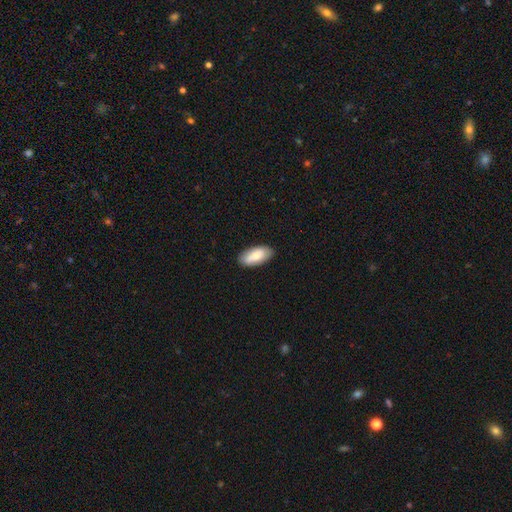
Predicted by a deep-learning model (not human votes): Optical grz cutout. It shows a smooth galaxy with no disk features (79%) that is in between round and cigar-shaped (91%). Merging: none (86%).